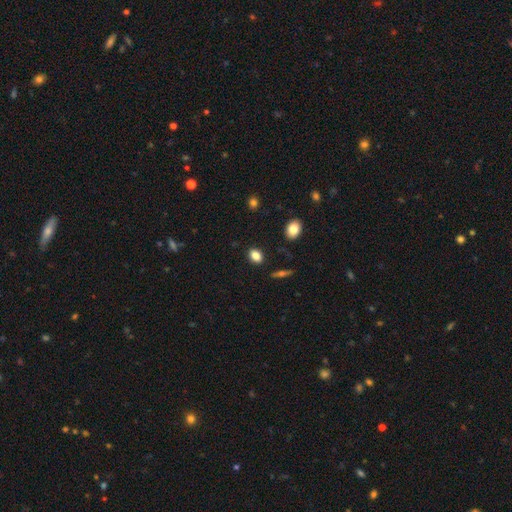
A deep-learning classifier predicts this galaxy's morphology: This is clearly a smooth galaxy (83%). How rounded: likely in between (77%). Merging: clearly none (87%).